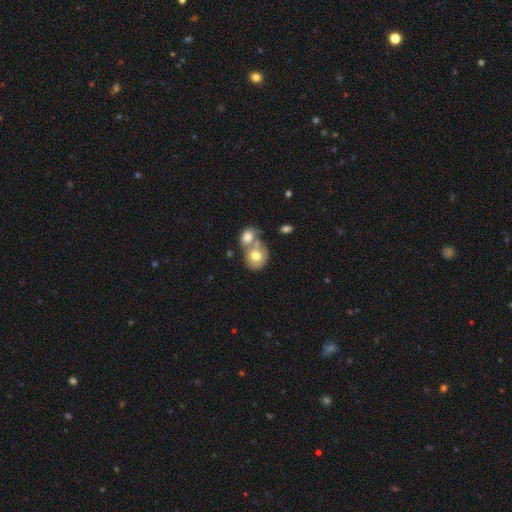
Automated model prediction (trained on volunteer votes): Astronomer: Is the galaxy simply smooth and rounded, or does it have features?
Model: smooth — 61%.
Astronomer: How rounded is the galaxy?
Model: round — 60% (runner-up: in between, 38%).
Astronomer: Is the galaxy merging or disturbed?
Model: merger — 62%.